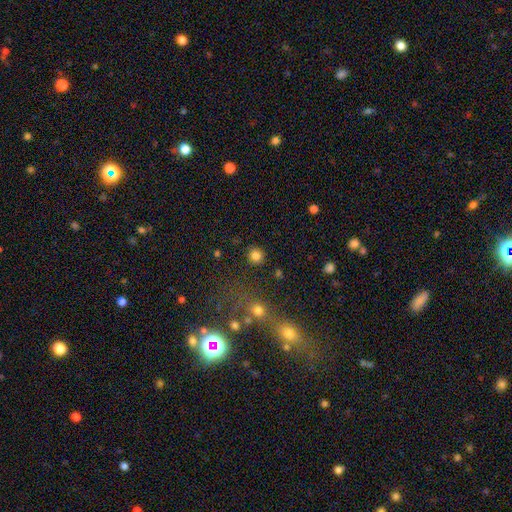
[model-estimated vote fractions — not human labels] smooth 82%, star or artifact 13%, featured or disk 6%. Down the decision tree: how rounded — round (91%); merging — none (89%).